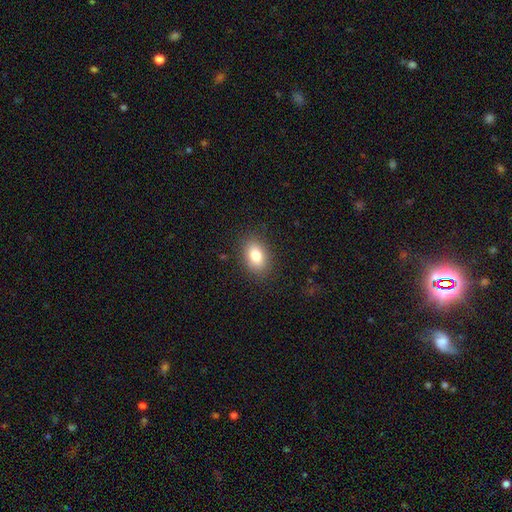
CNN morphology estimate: A smooth galaxy with no disk features (82%) that is in between round and cigar-shaped (83%). Merging: none (86%).